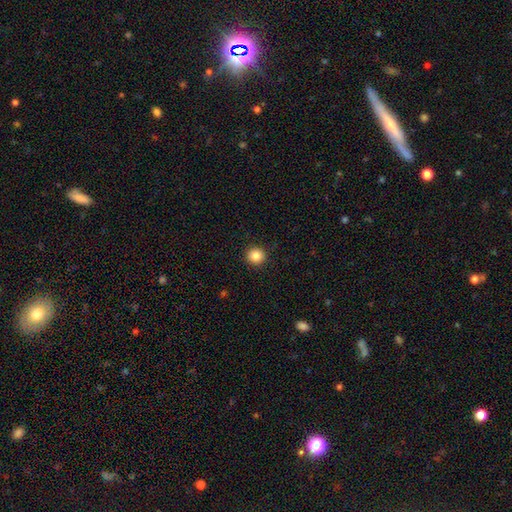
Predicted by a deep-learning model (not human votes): Overall: smooth (86%). How rounded: round (94%). Merging: none (92%).